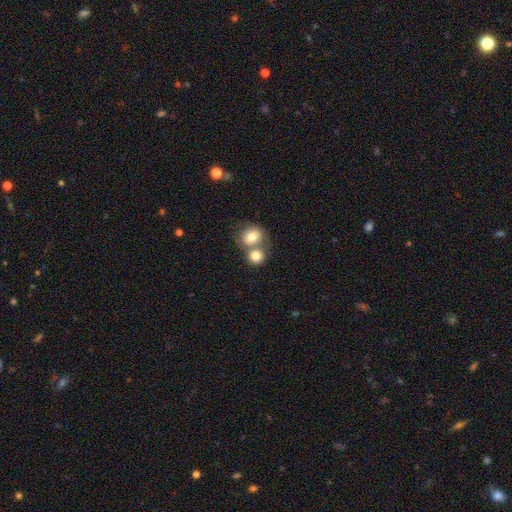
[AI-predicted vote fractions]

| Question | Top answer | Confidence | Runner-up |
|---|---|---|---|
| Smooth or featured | smooth | 79% | featured or disk (12%) |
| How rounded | round | 76% | in between (23%) |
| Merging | merger | 56% | none (35%) |